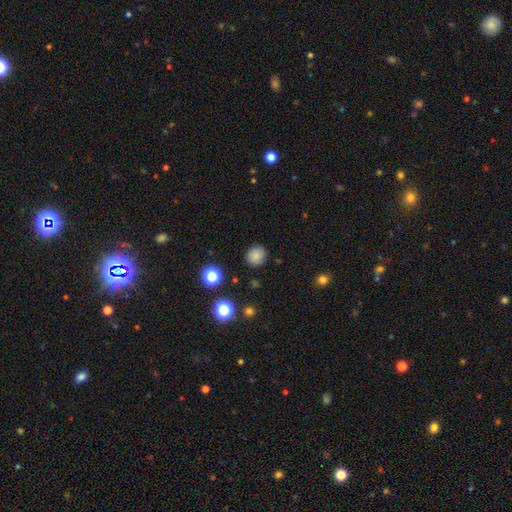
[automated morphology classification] This appears to be a smooth galaxy with no disk features (83%) that is round (83%). Merging: none (87%).